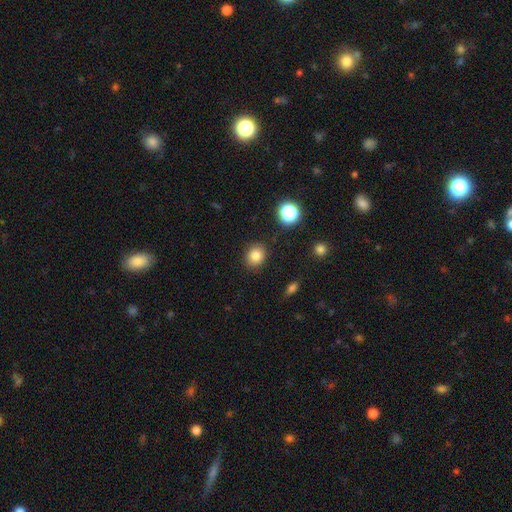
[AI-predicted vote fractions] This is clearly a smooth galaxy (82%). How rounded: likely round (70%). Merging: clearly none (88%).